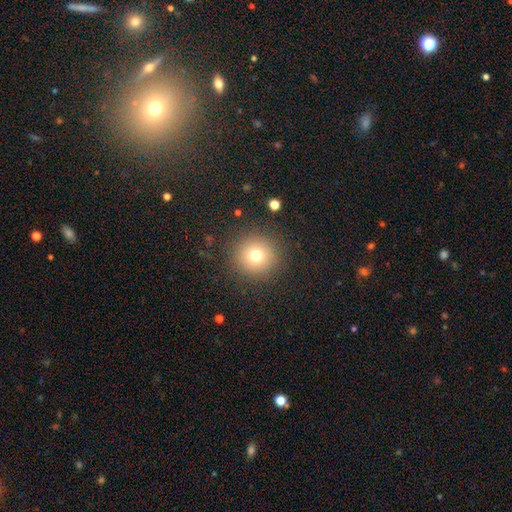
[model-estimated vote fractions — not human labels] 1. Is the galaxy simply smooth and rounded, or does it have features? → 74% smooth, 15% star or artifact, 11% featured or disk.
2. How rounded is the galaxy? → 95% round, 4% in between, 1% cigar-shaped.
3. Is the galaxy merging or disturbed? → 89% none, 6% minor disturbance, 3% major disturbance, 1% merger.